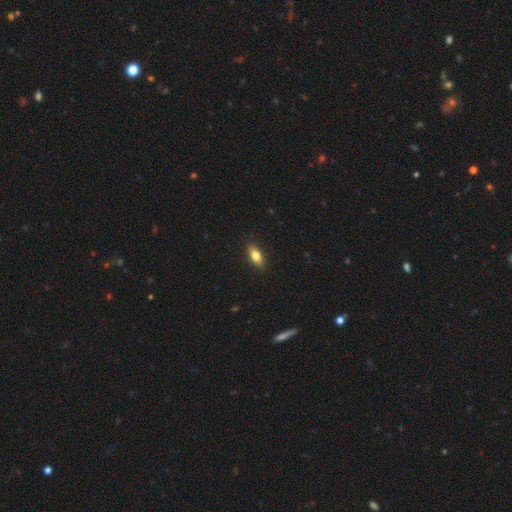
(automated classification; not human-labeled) Smooth or featured?
  - smooth: 80% *
  - featured or disk: 13%
  - star or artifact: 7%
How rounded?
  - in between: 85% *
  - cigar-shaped: 11%
  - round: 4%
Merging?
  - none: 89% *
  - minor disturbance: 8%
  - major disturbance: 2%
  - merger: 1%